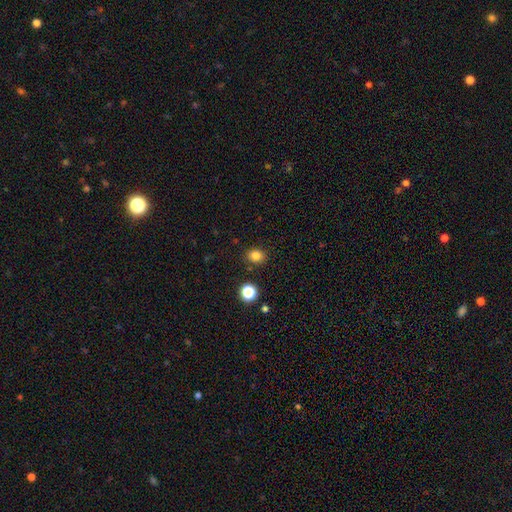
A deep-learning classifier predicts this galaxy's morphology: Smooth or featured? Predicted: smooth (p=0.83). How rounded? Predicted: round (p=0.60). Merging? Predicted: none (p=0.85).